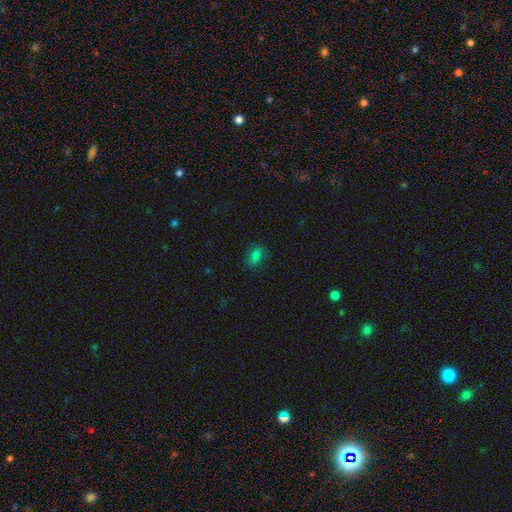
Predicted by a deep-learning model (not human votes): Q: Smooth or featured?
A: smooth (80%); runner-up: star or artifact (15%)
Q: How rounded?
A: in between (85%); runner-up: round (11%)
Q: Merging?
A: none (79%); runner-up: minor disturbance (16%)